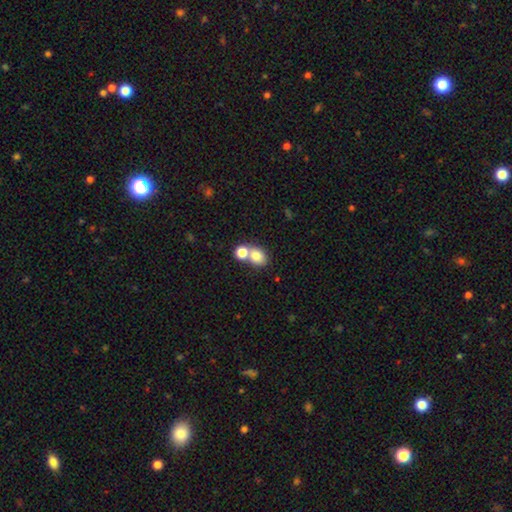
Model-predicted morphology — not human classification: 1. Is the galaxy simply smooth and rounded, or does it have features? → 79% smooth, 10% featured or disk, 10% star or artifact.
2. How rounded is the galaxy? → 54% round, 45% in between, 1% cigar-shaped.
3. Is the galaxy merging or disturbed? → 50% merger, 40% none, 7% minor disturbance, 3% major disturbance.